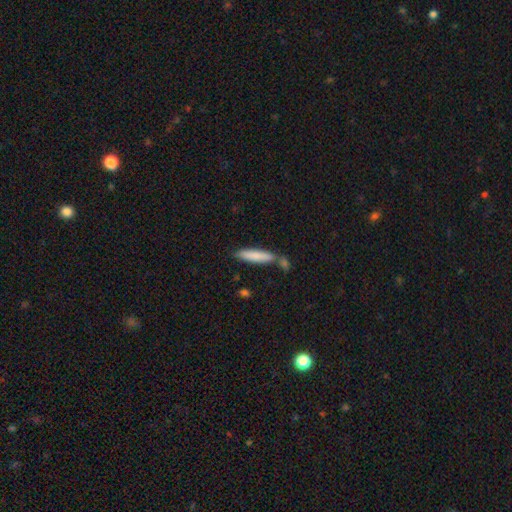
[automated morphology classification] type=smooth (80%); roundness=cigar-shaped (84%); merging=none (64%).